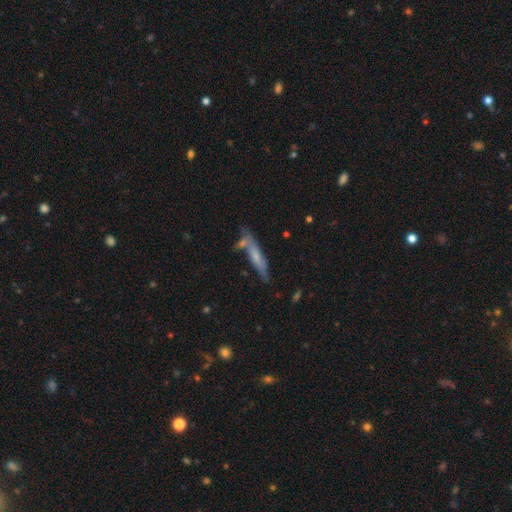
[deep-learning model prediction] A smooth galaxy with no disk features (51%) that is cigar-shaped (87%). Merging: none (60%).